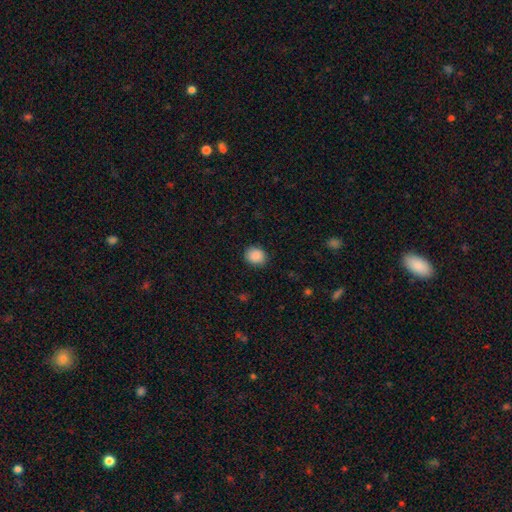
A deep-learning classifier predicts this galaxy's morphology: Smooth or featured? Predicted: smooth (p=0.88). How rounded? Predicted: round (p=0.62). Merging? Predicted: none (p=0.86).